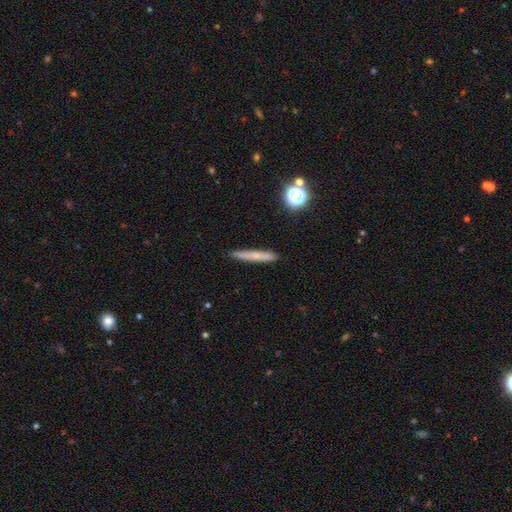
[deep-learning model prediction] Morphology: type=smooth (61%); roundness=cigar-shaped (93%); merging=none (86%).